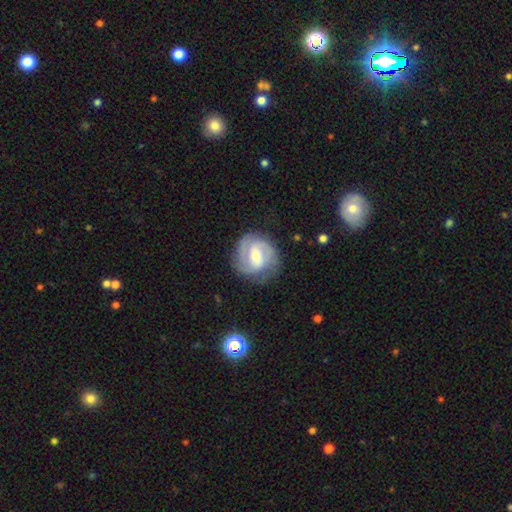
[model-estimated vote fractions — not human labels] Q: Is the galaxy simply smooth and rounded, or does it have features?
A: featured or disk — 81%.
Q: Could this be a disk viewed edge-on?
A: no — 98%.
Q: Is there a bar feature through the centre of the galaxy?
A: weak — 51%.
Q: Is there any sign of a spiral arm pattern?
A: yes — 94%.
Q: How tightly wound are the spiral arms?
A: tight — 47%.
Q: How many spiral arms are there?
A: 2 — 59%.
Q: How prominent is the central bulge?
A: moderate — 52%.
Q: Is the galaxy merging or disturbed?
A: none — 75%.